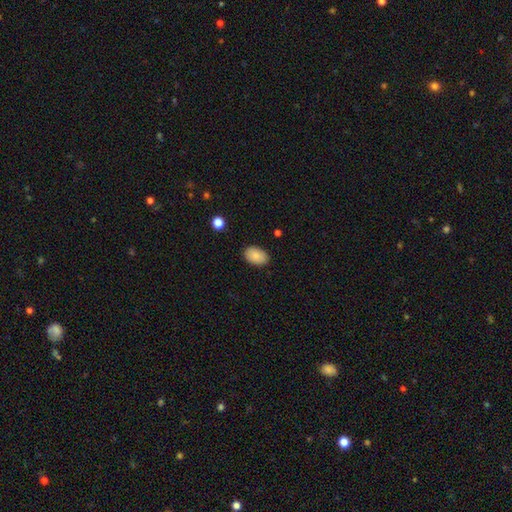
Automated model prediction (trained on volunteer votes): Smooth or featured? Predicted: smooth (p=0.87). How rounded? Predicted: in between (p=0.91). Merging? Predicted: none (p=0.87).